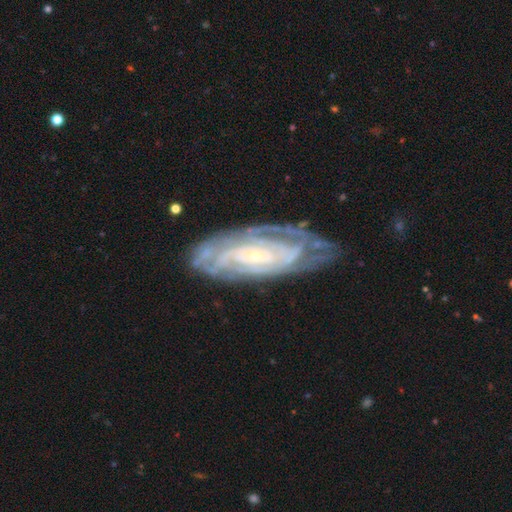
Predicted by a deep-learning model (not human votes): A featured or disk galaxy (83%) with no bar (62%), tight (75%) spiral arms (92%) and a small central bulge (82%). Merging: none (67%).